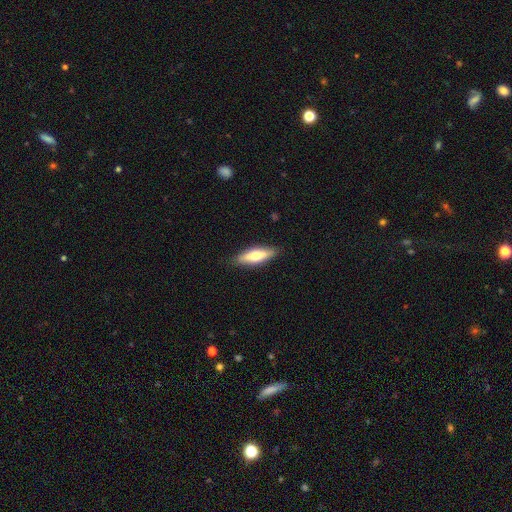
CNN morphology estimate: The model was most divided on "how rounded" (2-way tie): in between: 49%, cigar-shaped: 49%, round: 2%. More confident: merging — none (87%); smooth or featured — smooth (59%).